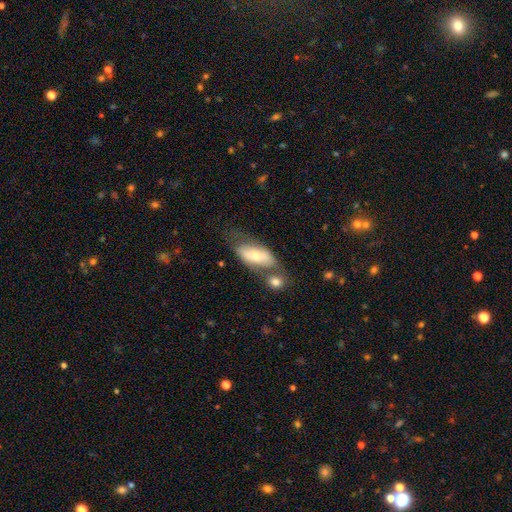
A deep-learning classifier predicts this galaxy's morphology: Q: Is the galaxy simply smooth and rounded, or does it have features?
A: smooth — 59%.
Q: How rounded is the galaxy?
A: in between — 86%.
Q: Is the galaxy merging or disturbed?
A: none — 39%.